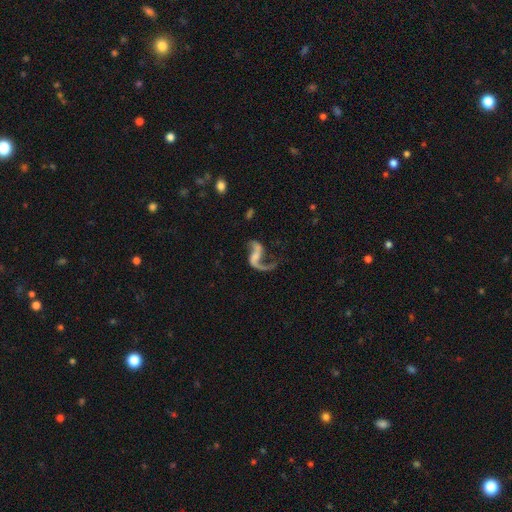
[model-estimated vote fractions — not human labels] Q: Smooth or featured?
A: featured or disk (87%); runner-up: smooth (6%)
Q: Edge-on disk?
A: no (97%); runner-up: yes (3%)
Q: Bar?
A: no (39%); runner-up: weak (38%)
Q: Spiral arms?
A: yes (95%); runner-up: no (5%)
Q: Spiral winding?
A: loose (86%); runner-up: medium (11%)
Q: Spiral arm count?
A: 2 (82%); runner-up: 1 (13%)
Q: Bulge size?
A: none (48%); runner-up: small (31%)
Q: Merging?
A: none (54%); runner-up: major disturbance (25%)